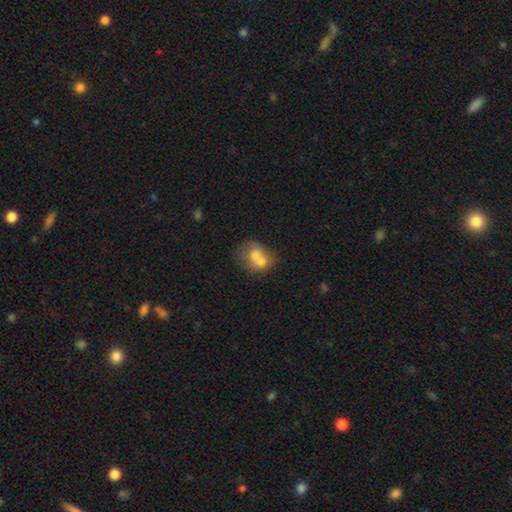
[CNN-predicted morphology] Smooth or featured: smooth — 63% (featured or disk — 28%)
How rounded: round — 50% (in between — 49%)
Merging: merger — 61% (none — 23%)